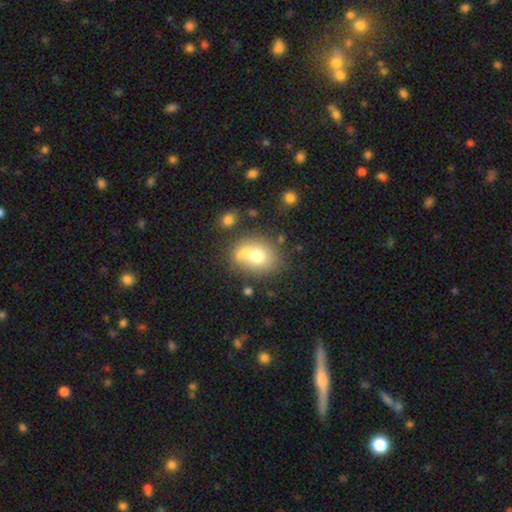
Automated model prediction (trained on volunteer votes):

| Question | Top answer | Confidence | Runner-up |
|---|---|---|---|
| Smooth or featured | smooth | 69% | featured or disk (21%) |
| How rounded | round | 55% | in between (44%) |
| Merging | none | 42% | merger (39%) |